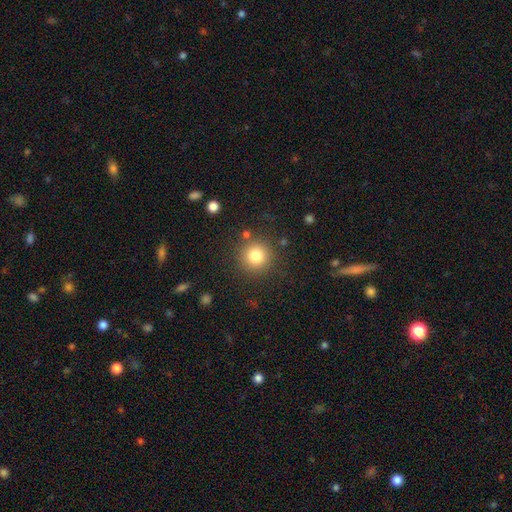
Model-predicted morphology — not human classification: A smooth galaxy with no disk features (80%) that is round (95%).

Vote fractions:
- Smooth or featured? smooth: 80% / star or artifact: 12% / featured or disk: 8%
- How rounded? round: 95% / in between: 4% / cigar-shaped: 1%
- Merging? none: 86% / minor disturbance: 8% / major disturbance: 3% / merger: 3%